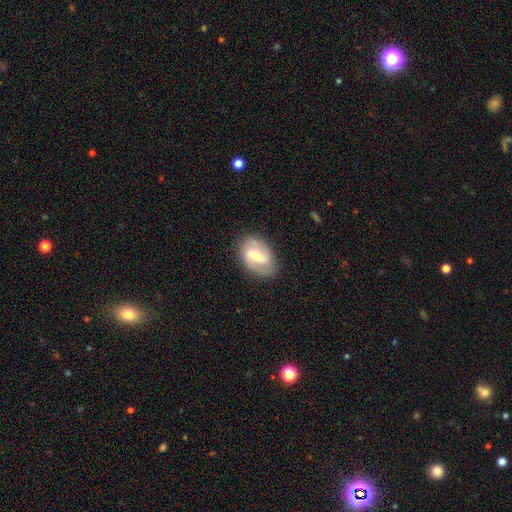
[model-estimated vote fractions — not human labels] smooth_or_featured: featured or disk (p=0.65) [alt: smooth p=0.29]
disk_edge_on: no (p=0.96) [alt: yes p=0.04]
bar: weak (p=0.47) [alt: strong p=0.37]
has_spiral_arms: yes (p=0.81) [alt: no p=0.19]
spiral_winding: medium (p=0.44) [alt: loose p=0.30]
spiral_arm_count: 2 (p=0.81) [alt: can't tell p=0.11]
bulge_size: moderate (p=0.48) [alt: small p=0.42]
merging: none (p=0.79) [alt: minor disturbance p=0.15]